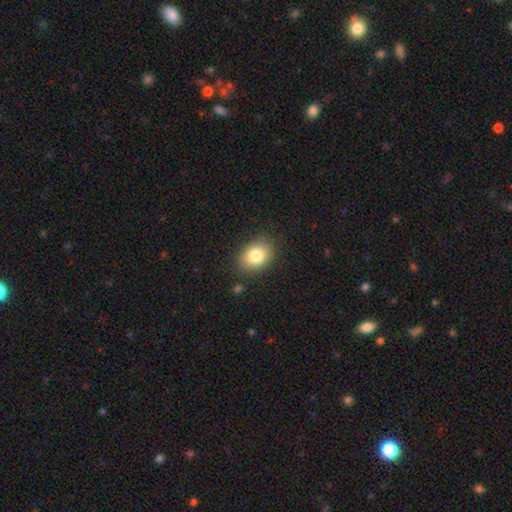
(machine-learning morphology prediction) Smooth or featured? Predicted: smooth (p=0.82). How rounded? Predicted: in between (p=0.68). Merging? Predicted: none (p=0.84).